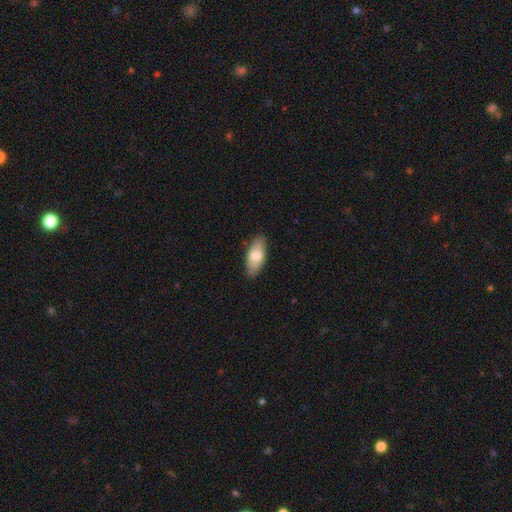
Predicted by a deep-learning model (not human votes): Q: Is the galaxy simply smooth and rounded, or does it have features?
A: smooth — 73%.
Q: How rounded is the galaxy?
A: in between — 85%.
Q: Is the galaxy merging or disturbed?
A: none — 86%.